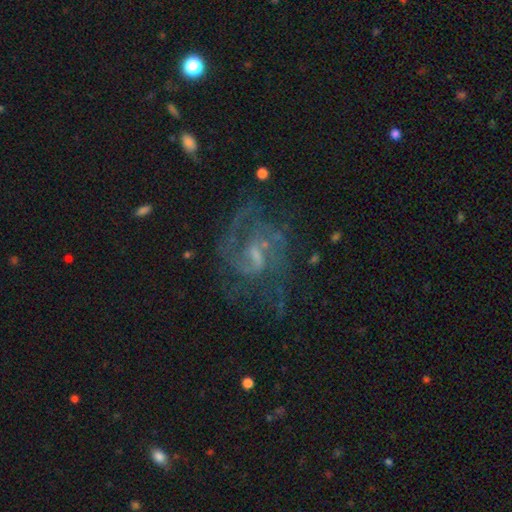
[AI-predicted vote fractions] Smooth or featured? featured or disk (83%)
Edge-on disk? no (97%)
Bar? weak (57%)
Spiral arms? yes (92%)
Spiral winding? medium (52%)
Spiral arm count? 2 (58%)
Bulge size? small (49%)
Merging? none (58%)